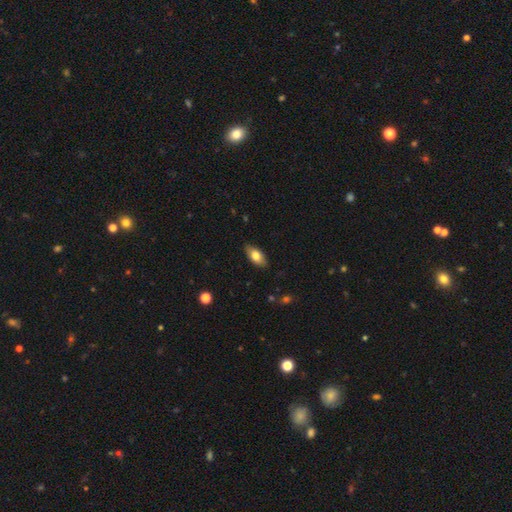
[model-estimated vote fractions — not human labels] A smooth galaxy with no disk features (77%) that is in between round and cigar-shaped (90%). Merging: none (85%).